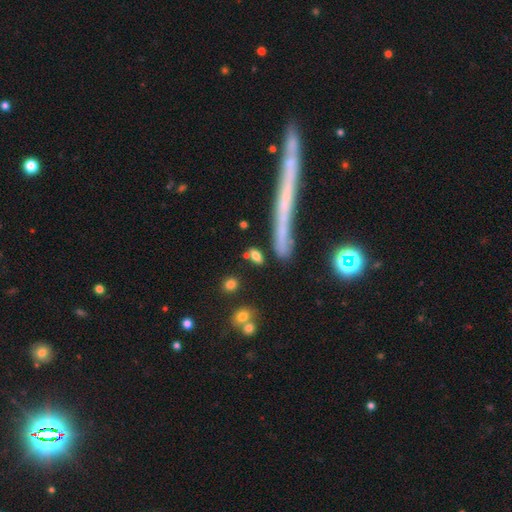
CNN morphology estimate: type=smooth (76%); roundness=in between (61%); merging=none (72%).